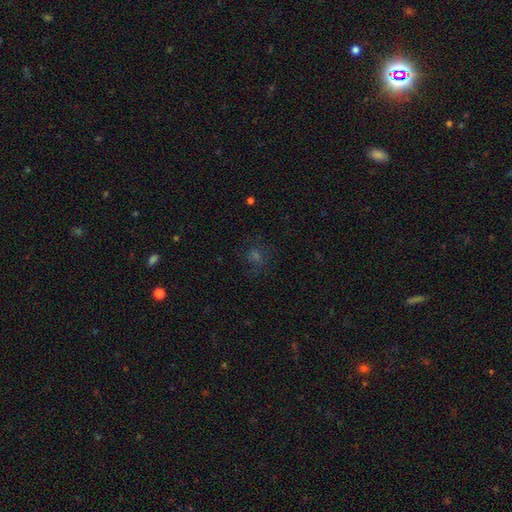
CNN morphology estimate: Smooth or featured?
  - smooth: 42% *
  - star or artifact: 40%
  - featured or disk: 18%
Merging?
  - none: 76% *
  - minor disturbance: 13%
  - major disturbance: 9%
  - merger: 2%